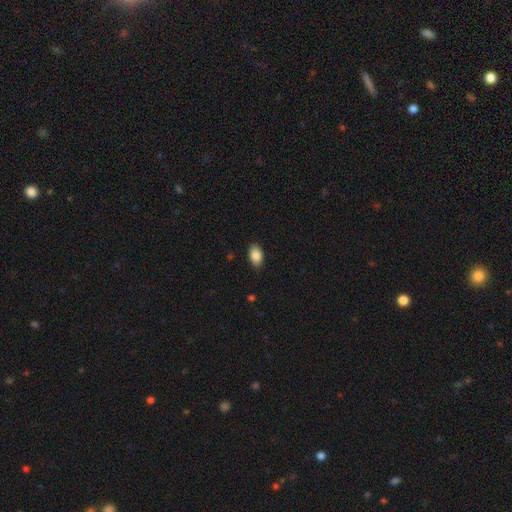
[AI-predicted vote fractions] This appears to be a smooth galaxy with no disk features (87%) that is in between round and cigar-shaped (92%). Merging: none (88%).